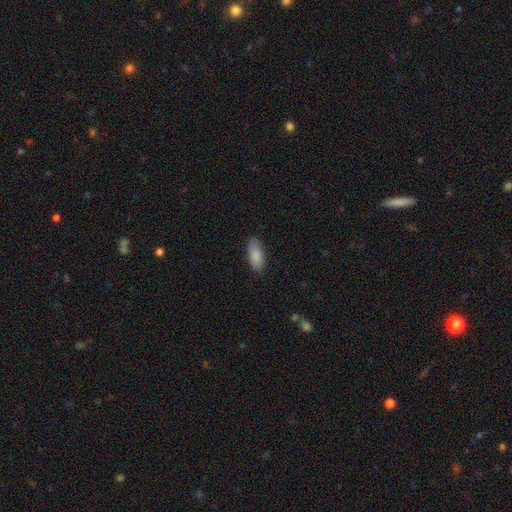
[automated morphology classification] Overall: smooth (87%). How rounded: in between (88%). Merging: none (82%).